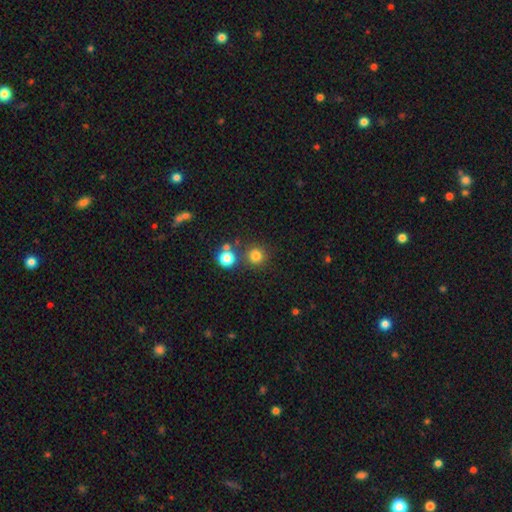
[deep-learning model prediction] Smooth or featured? smooth (78%)
How rounded? round (93%)
Merging? none (78%)